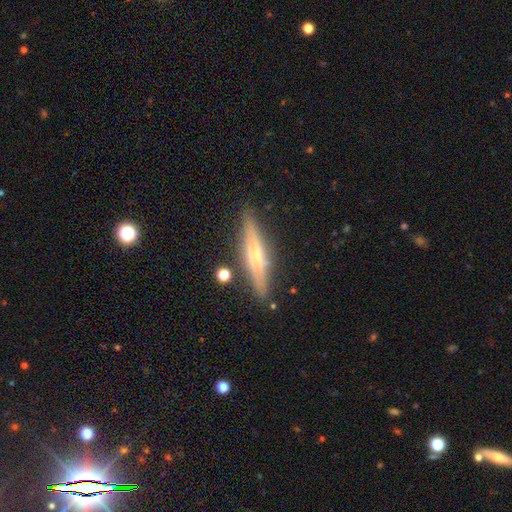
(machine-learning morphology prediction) Smooth or featured? featured or disk (62%)
Edge-on disk? yes (94%)
Edge-on bulge? rounded (55%)
Merging? none (85%)